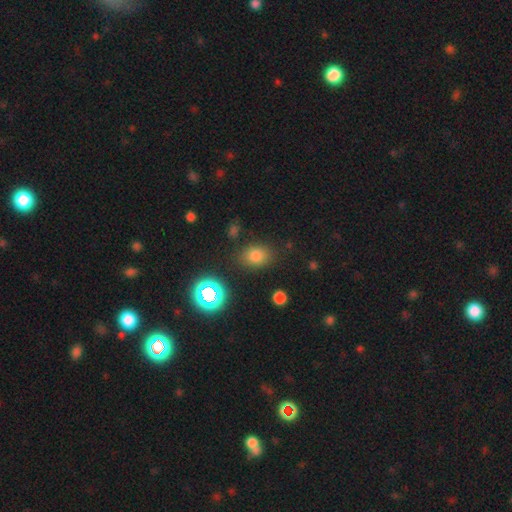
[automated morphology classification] Q: Smooth or featured?
A: smooth (74%); runner-up: star or artifact (18%)
Q: How rounded?
A: in between (63%); runner-up: round (36%)
Q: Merging?
A: none (80%); runner-up: minor disturbance (12%)